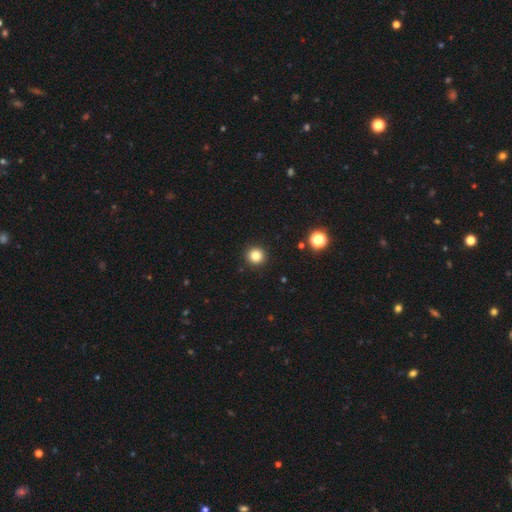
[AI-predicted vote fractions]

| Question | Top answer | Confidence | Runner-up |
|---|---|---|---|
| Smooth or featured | smooth | 83% | star or artifact (12%) |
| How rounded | round | 95% | in between (5%) |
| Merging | none | 93% | minor disturbance (5%) |